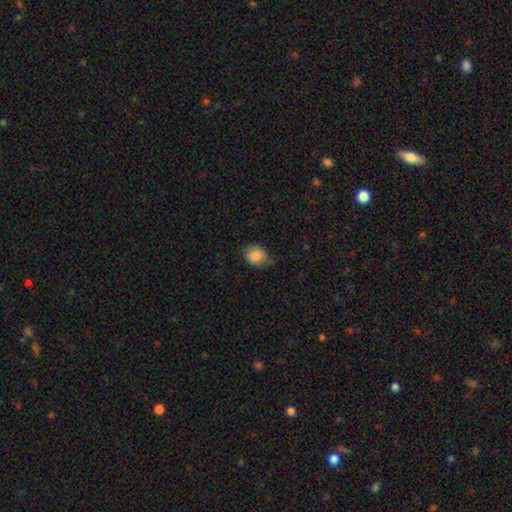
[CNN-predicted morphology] The model was most divided on "how rounded": round: 50%, in between: 49%, cigar-shaped: 1%. More confident: smooth or featured — smooth (85%); merging — none (64%).